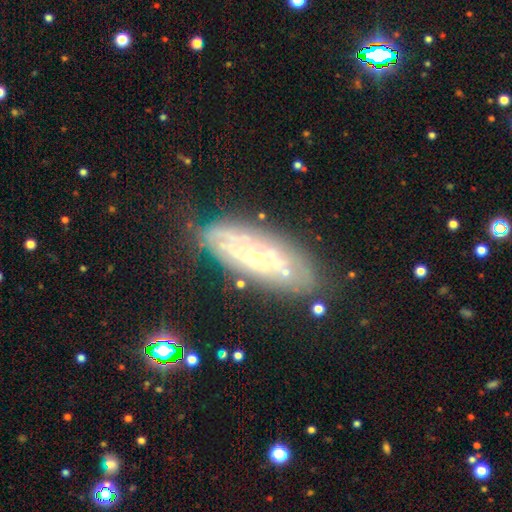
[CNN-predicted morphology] The model was most divided on "spiral arms": yes: 72%, no: 28%. More confident: edge-on disk — no (82%); bulge size — small (77%); bar — no (76%); merging — none (73%); smooth or featured — featured or disk (69%).